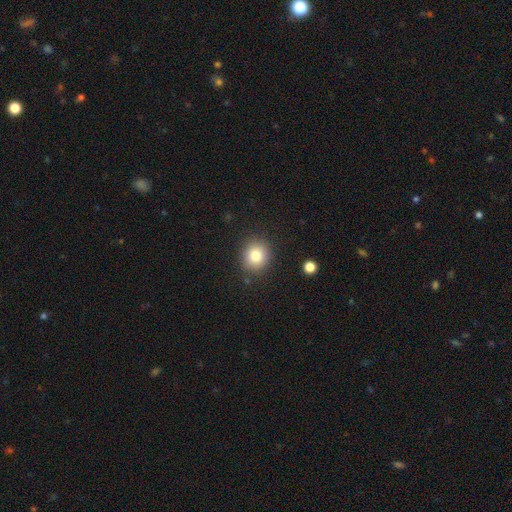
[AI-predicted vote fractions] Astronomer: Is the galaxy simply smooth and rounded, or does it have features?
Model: smooth — 81%.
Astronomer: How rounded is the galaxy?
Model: round — 84%.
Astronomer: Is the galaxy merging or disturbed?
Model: none — 87%.